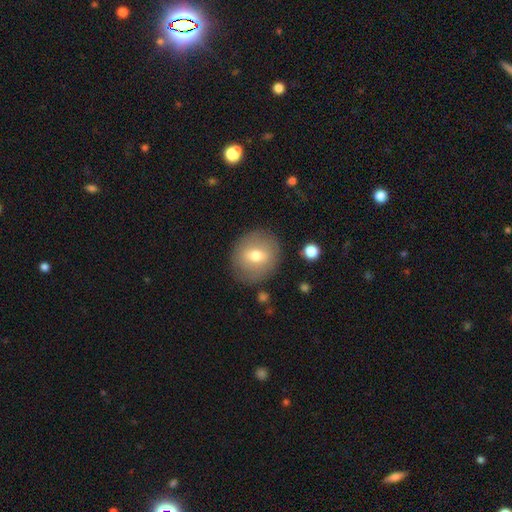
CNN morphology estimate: The model was most divided on "smooth or featured": smooth: 63%, featured or disk: 29%, star or artifact: 8%. More confident: merging — none (84%); how rounded — round (75%).